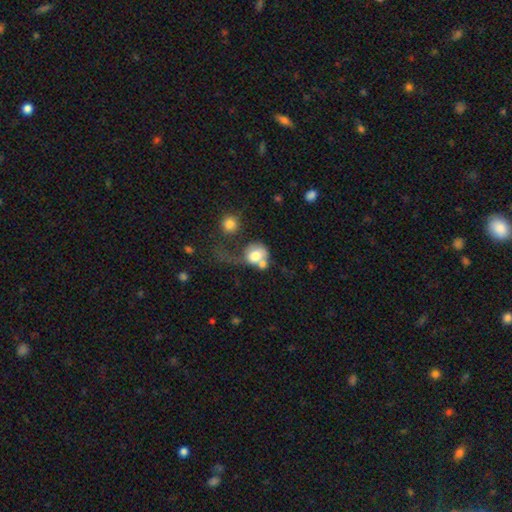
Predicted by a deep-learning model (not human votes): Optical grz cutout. It shows a smooth galaxy with no disk features (70%) that is round (65%). Merging: merger (37%).